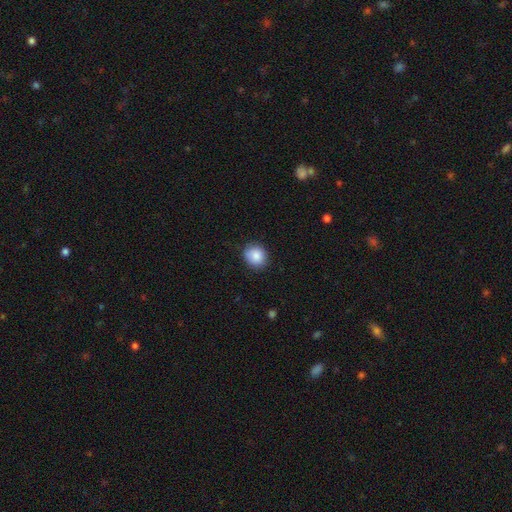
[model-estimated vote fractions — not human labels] A smooth galaxy with no disk features (86%) that is round (79%).

Vote fractions:
- Smooth or featured? smooth: 86% / star or artifact: 8% / featured or disk: 6%
- How rounded? round: 79% / in between: 20% / cigar-shaped: 1%
- Merging? none: 83% / minor disturbance: 13% / major disturbance: 2% / merger: 1%